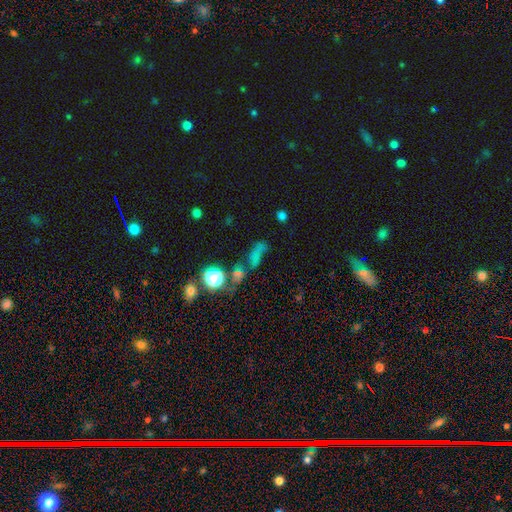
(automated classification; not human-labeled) Smooth or featured?
  - smooth: 43% *
  - star or artifact: 37%
  - featured or disk: 19%
Merging?
  - none: 42% *
  - major disturbance: 21%
  - merger: 20%
  - minor disturbance: 16%